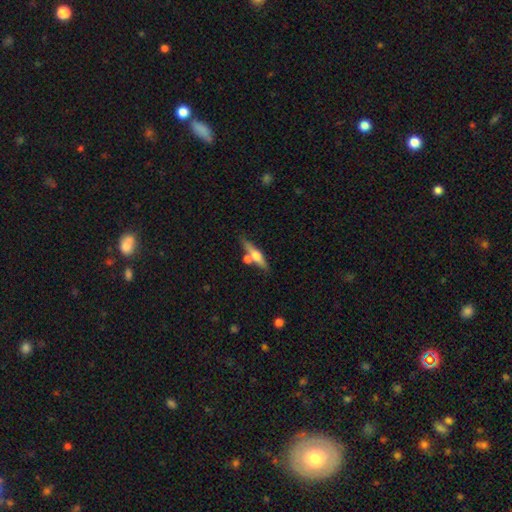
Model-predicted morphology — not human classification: smooth_or_featured: featured or disk (p=0.54) [alt: smooth p=0.40]
disk_edge_on: yes (p=0.92) [alt: no p=0.08]
merging: none (p=0.64) [alt: merger p=0.20]